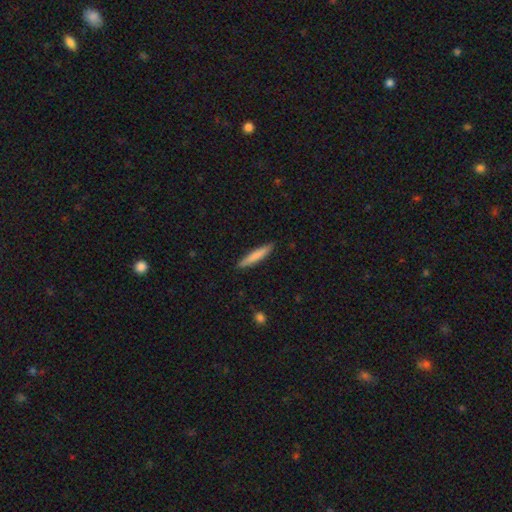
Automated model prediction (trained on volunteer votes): smooth_or_featured: smooth (p=0.78) [alt: featured or disk p=0.16]
how_rounded: cigar-shaped (p=0.92) [alt: in between p=0.07]
merging: none (p=0.90) [alt: minor disturbance p=0.08]